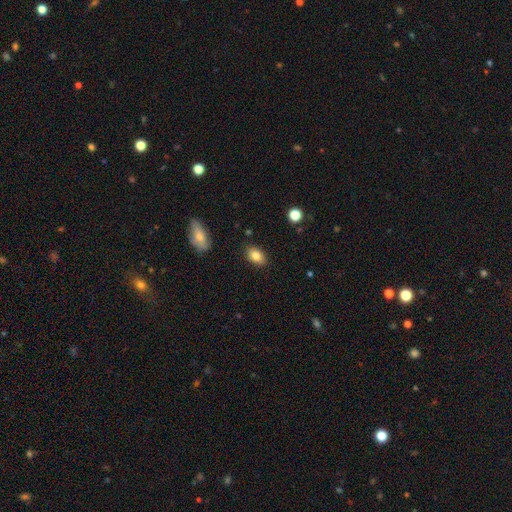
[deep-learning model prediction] smooth_or_featured: smooth (p=0.84) [alt: star or artifact p=0.08]
how_rounded: in between (p=0.87) [alt: round p=0.11]
merging: none (p=0.85) [alt: minor disturbance p=0.11]